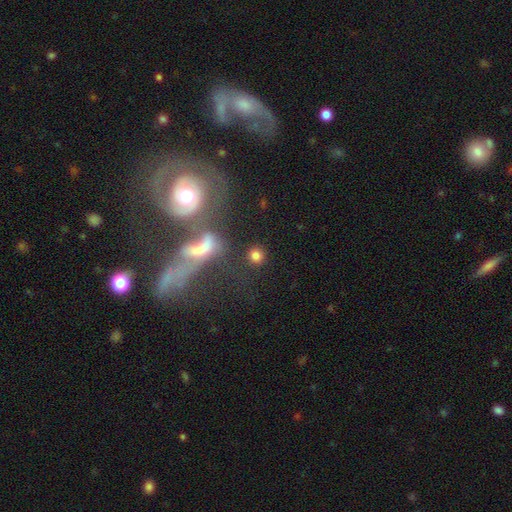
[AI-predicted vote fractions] This is likely a smooth galaxy (80%). How rounded: clearly round (83%). Merging: likely none (76%).